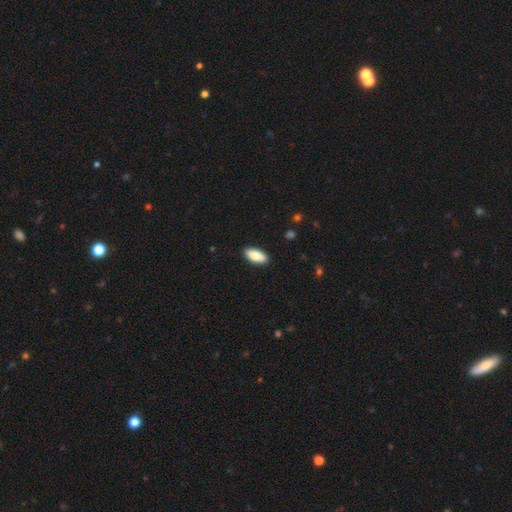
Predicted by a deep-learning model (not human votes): The model was most divided on "smooth or featured": smooth: 84%, featured or disk: 11%, star or artifact: 6%. More confident: merging — none (89%); how rounded — in between (87%).